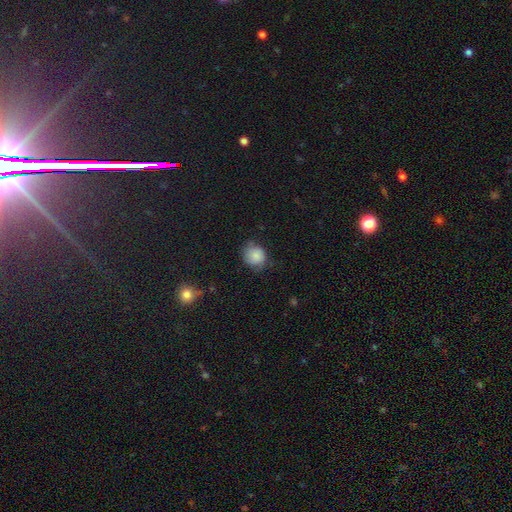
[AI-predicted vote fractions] A smooth galaxy with no disk features (76%) that is round (75%).

Vote fractions:
- Smooth or featured? smooth: 76% / featured or disk: 15% / star or artifact: 9%
- How rounded? round: 75% / in between: 24% / cigar-shaped: 1%
- Merging? none: 60% / minor disturbance: 30% / major disturbance: 9% / merger: 1%